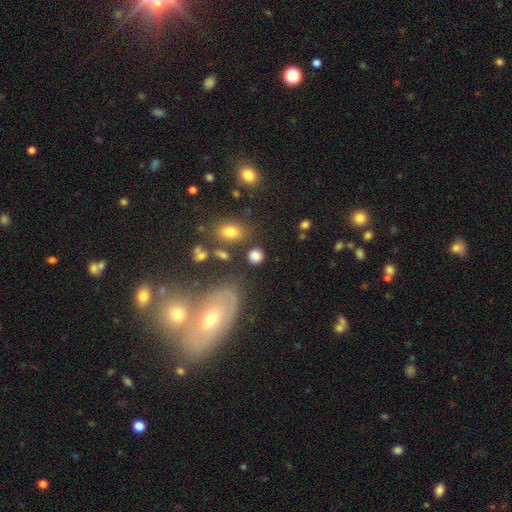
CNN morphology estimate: Smooth or featured: smooth — 82% (star or artifact — 10%)
How rounded: round — 73% (in between — 25%)
Merging: none — 77% (minor disturbance — 11%)